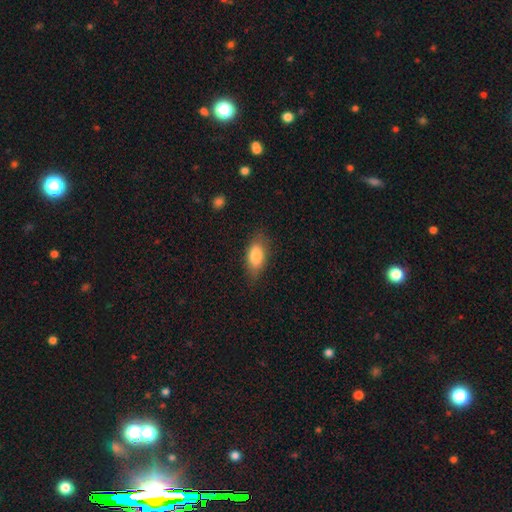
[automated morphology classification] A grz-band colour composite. It shows a smooth galaxy with no disk features (83%) that is in between round and cigar-shaped (87%). Merging: none (78%).